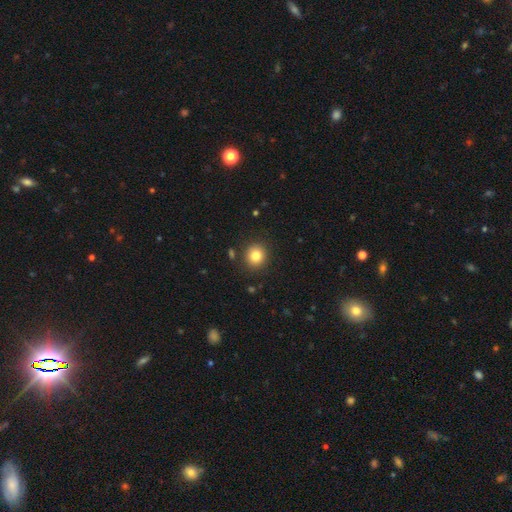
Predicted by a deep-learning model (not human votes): Q: Smooth or featured?
A: smooth (82%); runner-up: star or artifact (11%)
Q: How rounded?
A: round (85%); runner-up: in between (14%)
Q: Merging?
A: none (89%); runner-up: minor disturbance (7%)